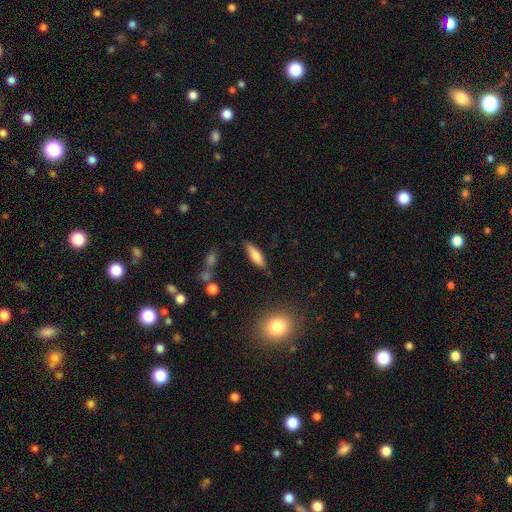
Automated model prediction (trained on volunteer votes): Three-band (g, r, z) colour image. It shows a smooth galaxy with no disk features (73%) that is cigar-shaped (51%). Merging: none (81%).